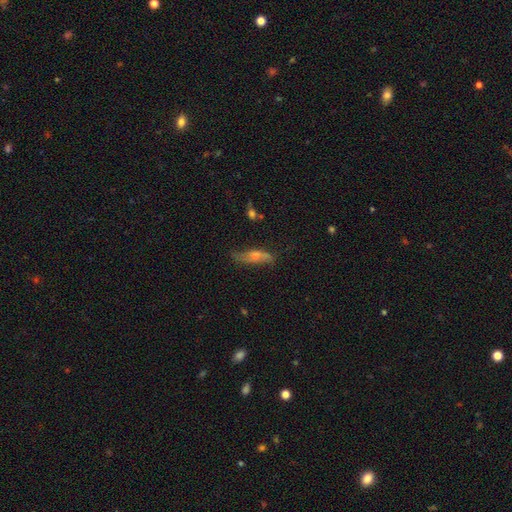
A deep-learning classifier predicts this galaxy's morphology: This appears to be a smooth galaxy with no disk features (50%). Merging: none (57%).